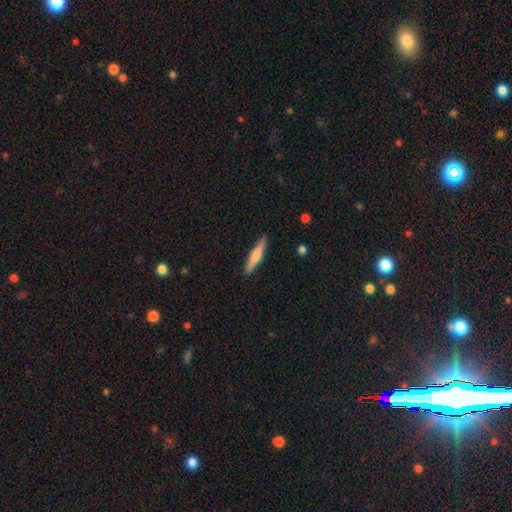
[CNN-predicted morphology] type=smooth (55%); roundness=cigar-shaped (88%); merging=none (90%).